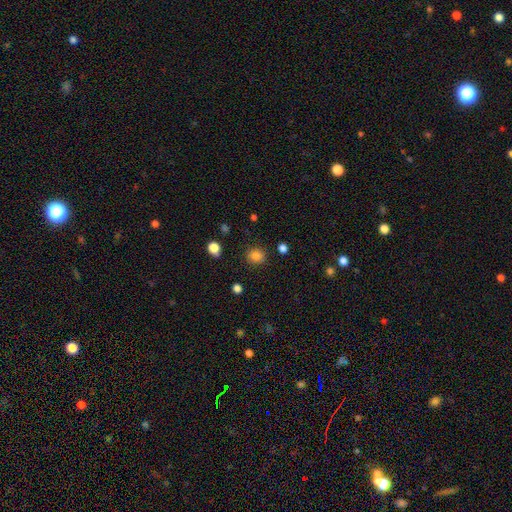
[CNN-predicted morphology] Overall: smooth (84%). How rounded: round (78%). Merging: none (86%).